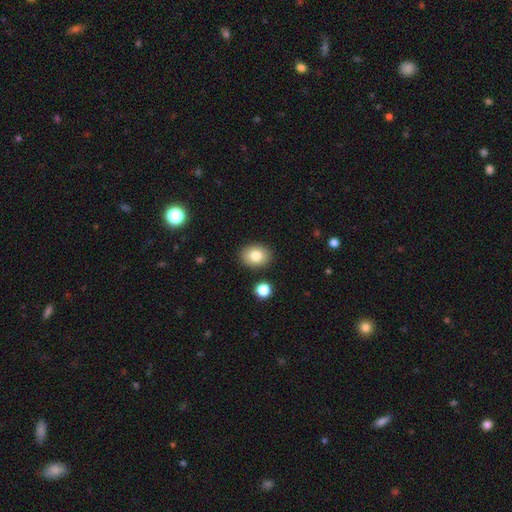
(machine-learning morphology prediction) A smooth galaxy with no disk features (82%) that is in between round and cigar-shaped (62%).

Vote fractions:
- Smooth or featured? smooth: 82% / featured or disk: 10% / star or artifact: 9%
- How rounded? in between: 62% / round: 38% / cigar-shaped: 1%
- Merging? none: 88% / minor disturbance: 8% / merger: 2% / major disturbance: 2%